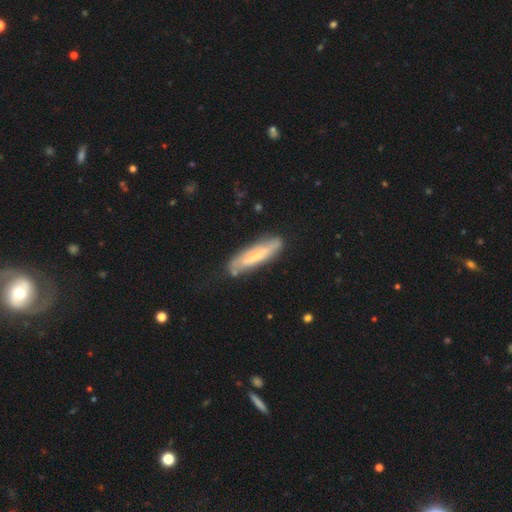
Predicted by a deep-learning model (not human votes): This appears to be a smooth galaxy with no disk features (47%, tied with featured or disk). Merging: none (76%).